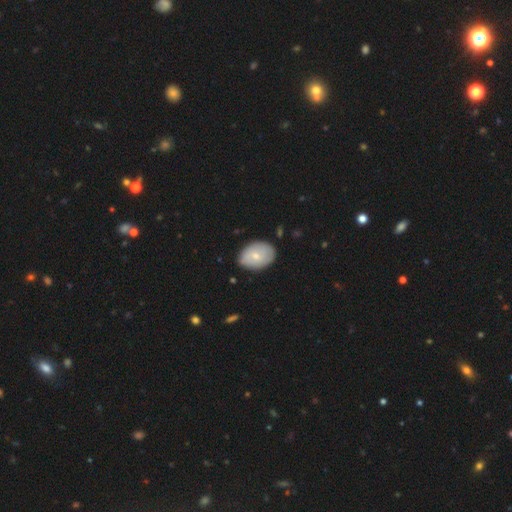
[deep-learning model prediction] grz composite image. It shows a smooth galaxy with no disk features (65%) that is in between round and cigar-shaped (74%). Merging: none (78%).